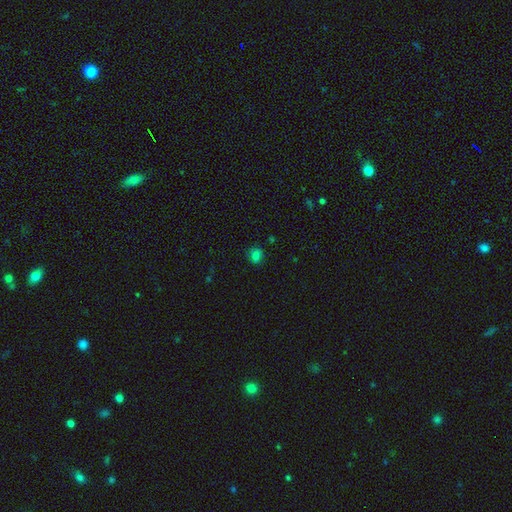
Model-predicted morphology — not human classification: Smooth or featured: smooth — 75% (star or artifact — 20%)
How rounded: round — 60% (in between — 39%)
Merging: none — 78% (minor disturbance — 15%)